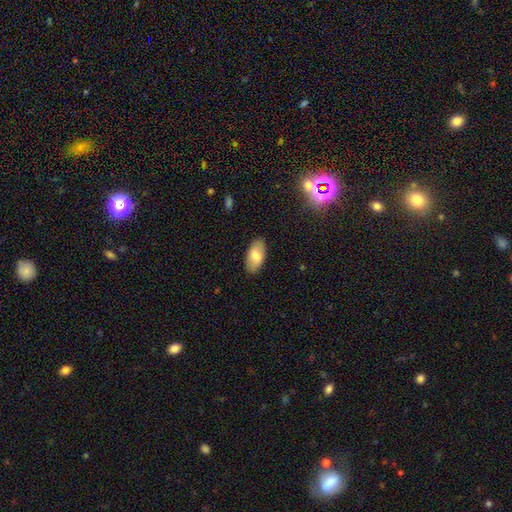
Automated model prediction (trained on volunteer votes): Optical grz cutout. It shows a smooth galaxy with no disk features (78%) that is in between round and cigar-shaped (94%). Merging: none (88%).